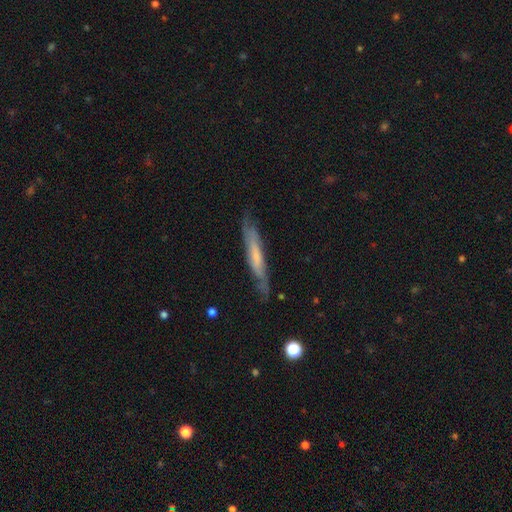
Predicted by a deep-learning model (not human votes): This is possibly a featured or disk galaxy (53%). It is likely viewed edge-on (69%). Merging: likely none (75%).